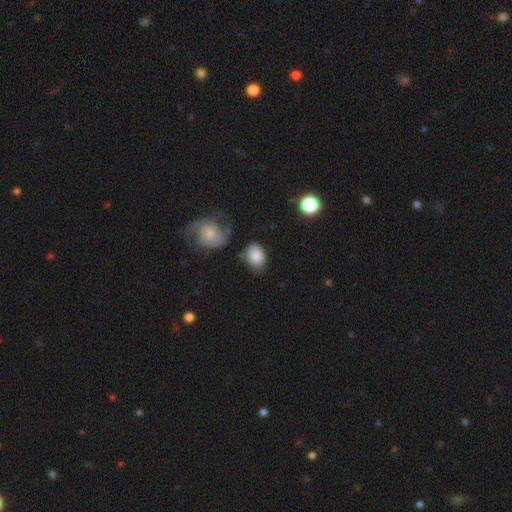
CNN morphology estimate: smooth_or_featured: smooth (p=0.83) [alt: featured or disk p=0.10]
how_rounded: in between (p=0.74) [alt: round p=0.25]
merging: none (p=0.59) [alt: minor disturbance p=0.25]